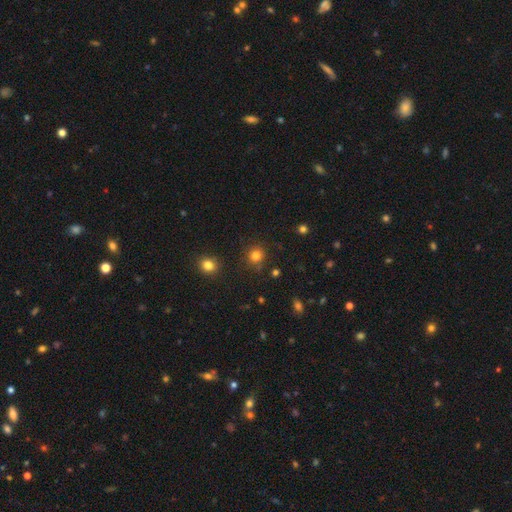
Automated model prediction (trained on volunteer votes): Q: Smooth or featured?
A: smooth (81%); runner-up: star or artifact (14%)
Q: How rounded?
A: round (90%); runner-up: in between (9%)
Q: Merging?
A: none (86%); runner-up: minor disturbance (8%)